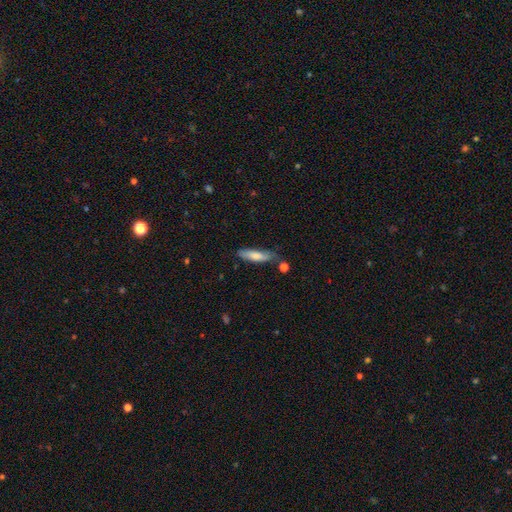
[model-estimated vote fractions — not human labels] Morphology: type=smooth (72%); roundness=cigar-shaped (64%); merging=none (64%).